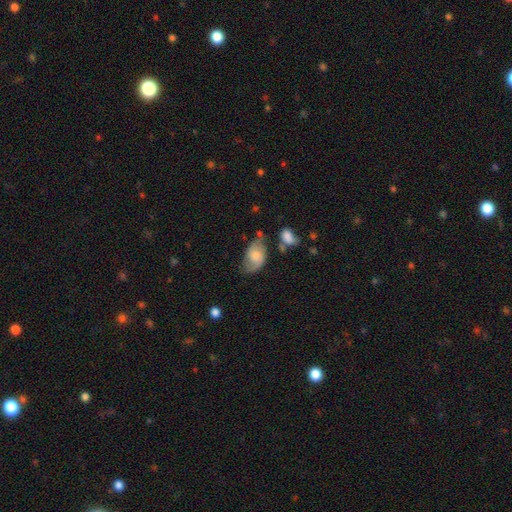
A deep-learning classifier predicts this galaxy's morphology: smooth-or-featured: smooth: 51% | featured or disk: 42% | star or artifact: 8%
  how-rounded: in between: 89% | round: 10% | cigar-shaped: 2%
  merging: none: 46% | minor disturbance: 32% | major disturbance: 14% | merger: 7%